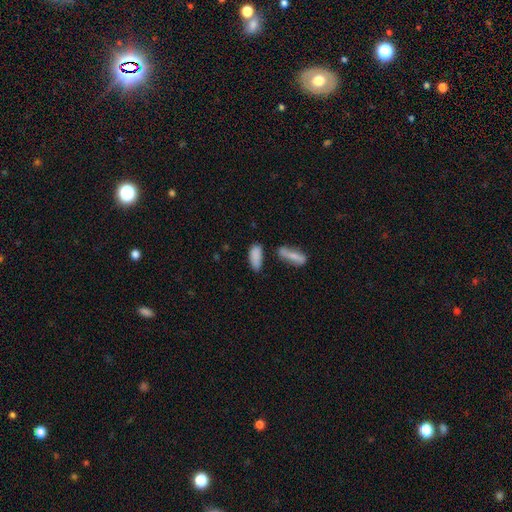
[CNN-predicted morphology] This appears to be a smooth galaxy with no disk features (85%) that is in between round and cigar-shaped (77%). Merging: none (60%).